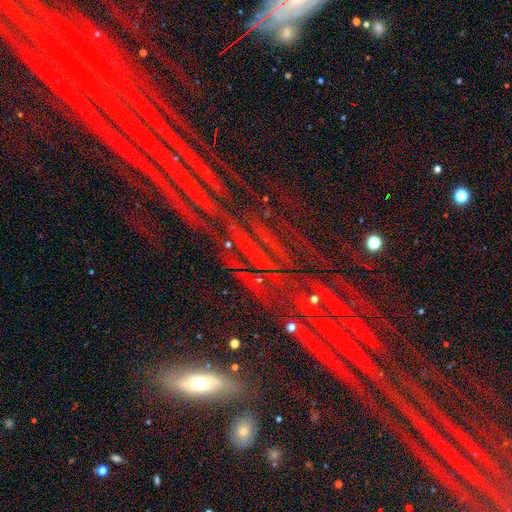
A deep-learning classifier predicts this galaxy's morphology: star or artifact 70%, featured or disk 19%, smooth 11%.